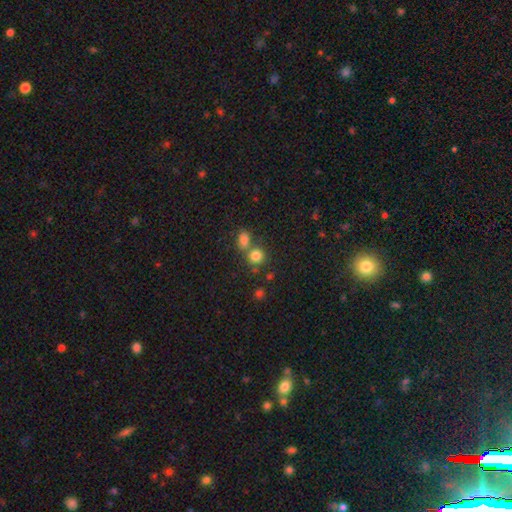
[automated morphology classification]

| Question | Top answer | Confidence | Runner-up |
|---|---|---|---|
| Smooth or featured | smooth | 80% | star or artifact (13%) |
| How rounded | round | 78% | in between (21%) |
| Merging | none | 52% | merger (36%) |